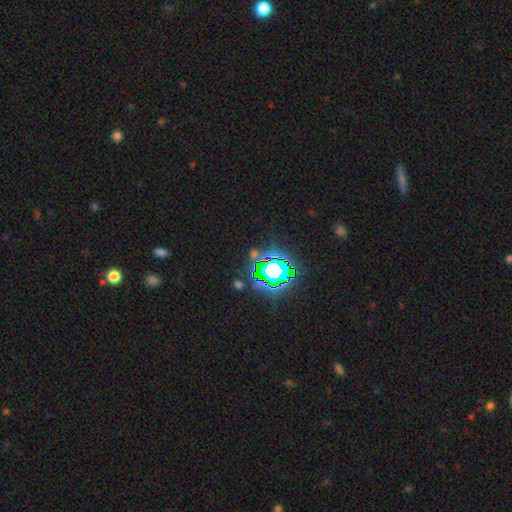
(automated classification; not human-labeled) star or artifact 76%, smooth 15%, featured or disk 9%.